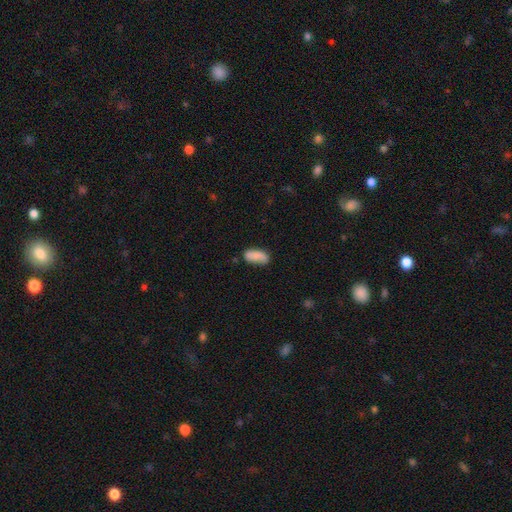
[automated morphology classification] type=smooth (83%); roundness=in between (86%); merging=none (66%).